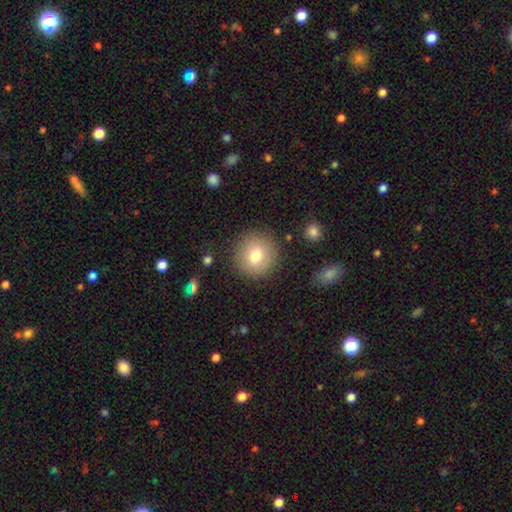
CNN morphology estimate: Overall: smooth (75%). How rounded: round (91%). Merging: none (87%).